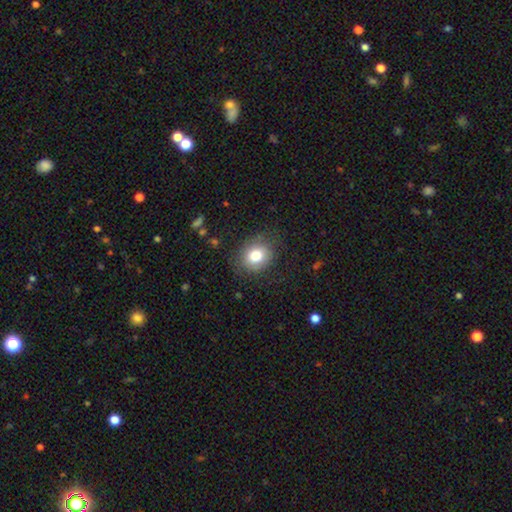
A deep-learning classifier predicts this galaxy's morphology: Smooth or featured? Predicted: smooth (p=0.80). How rounded? Predicted: round (p=0.59). Merging? Predicted: none (p=0.78).